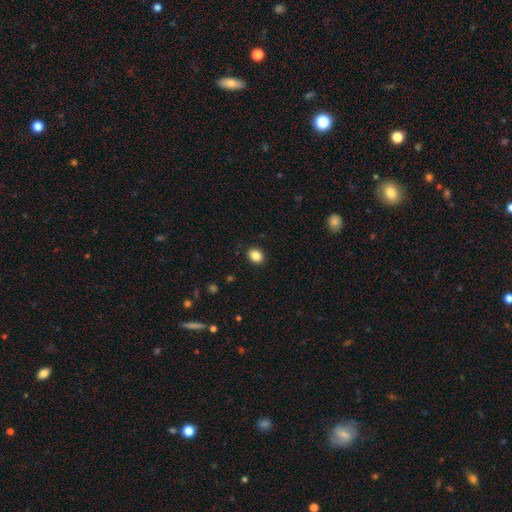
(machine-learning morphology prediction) Smooth or featured? Predicted: smooth (p=0.86). How rounded? Predicted: round (p=0.51). Merging? Predicted: none (p=0.90).